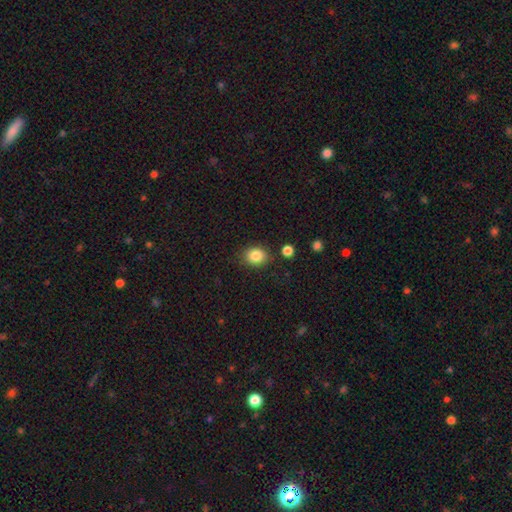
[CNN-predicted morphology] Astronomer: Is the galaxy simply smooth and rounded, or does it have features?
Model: smooth — 85%.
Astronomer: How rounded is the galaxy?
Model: round — 59% (runner-up: in between, 40%).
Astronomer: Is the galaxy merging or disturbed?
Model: none — 83%.